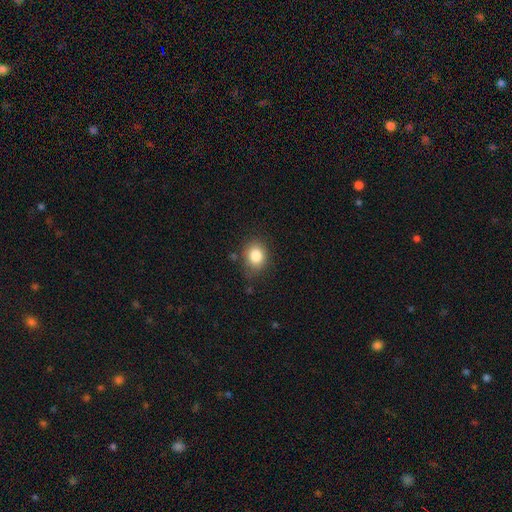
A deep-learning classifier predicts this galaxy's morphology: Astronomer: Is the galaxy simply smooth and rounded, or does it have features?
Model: smooth — 83%.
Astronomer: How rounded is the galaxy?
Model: round — 59% (runner-up: in between, 40%).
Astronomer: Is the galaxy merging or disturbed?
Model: none — 77%.